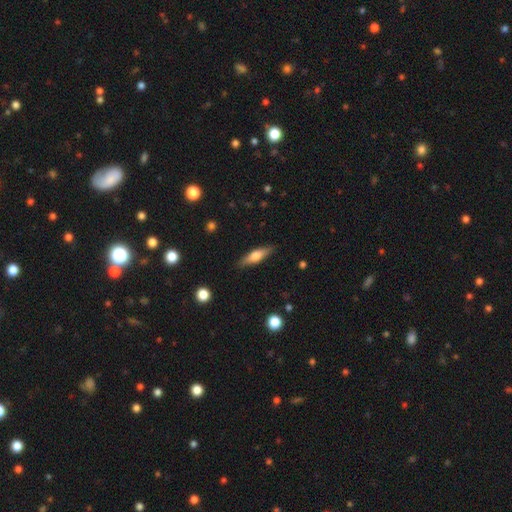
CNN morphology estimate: The model was most divided on "smooth or featured": smooth: 55%, featured or disk: 39%, star or artifact: 6%. More confident: merging — none (87%); how rounded — cigar-shaped (62%).